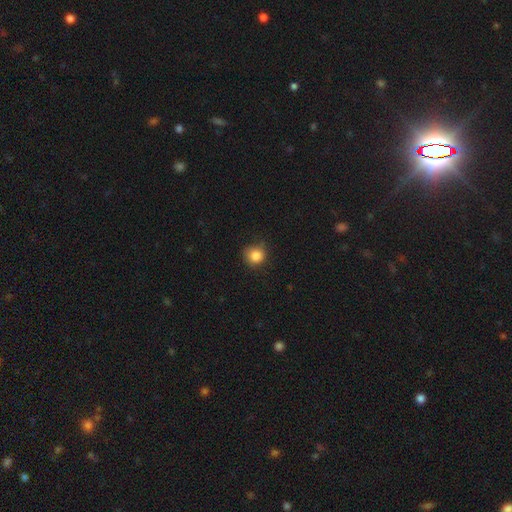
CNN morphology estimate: type=smooth (85%); roundness=round (87%); merging=none (73%).